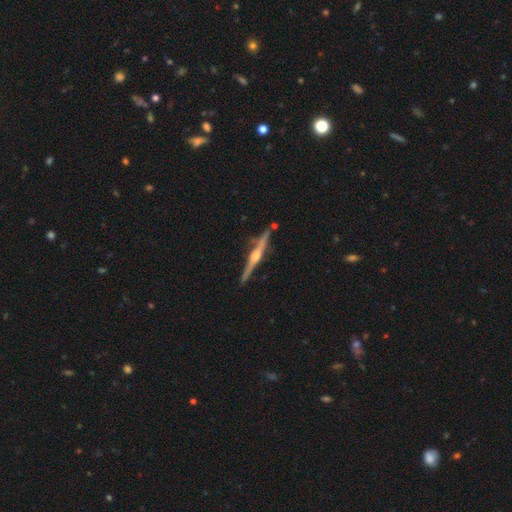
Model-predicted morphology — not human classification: Smooth or featured?
  - featured or disk: 86% *
  - smooth: 10%
  - star or artifact: 5%
Edge-on disk?
  - yes: 98% *
  - no: 2%
Edge-on bulge?
  - rounded: 91% *
  - boxy: 5%
  - none: 4%
Merging?
  - none: 84% *
  - minor disturbance: 11%
  - merger: 3%
  - major disturbance: 2%